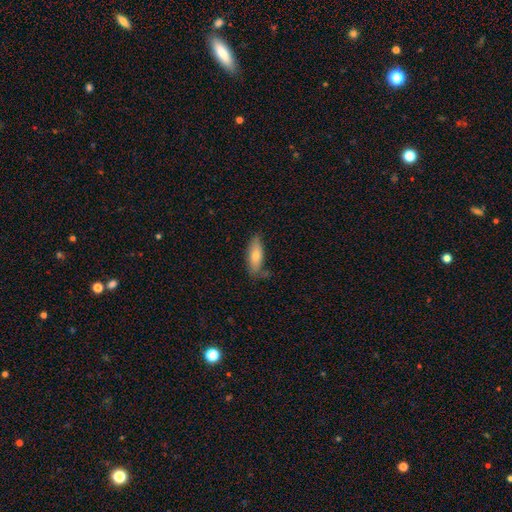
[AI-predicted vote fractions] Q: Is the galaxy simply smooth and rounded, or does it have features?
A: smooth — 73%.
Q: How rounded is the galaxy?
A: in between — 69%.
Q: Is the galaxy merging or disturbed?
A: none — 66%.